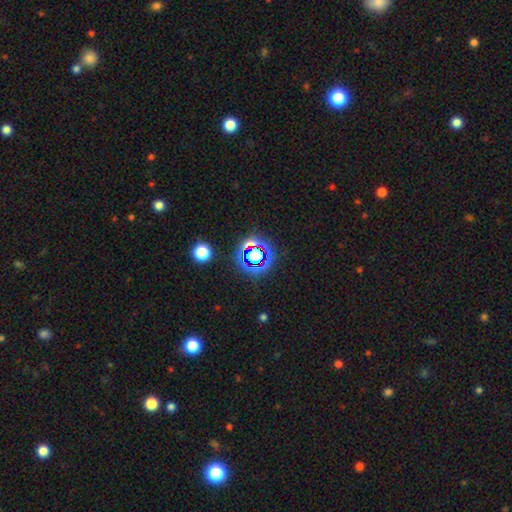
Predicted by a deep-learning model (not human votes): This is likely a star or artifact rather than a galaxy (66%).